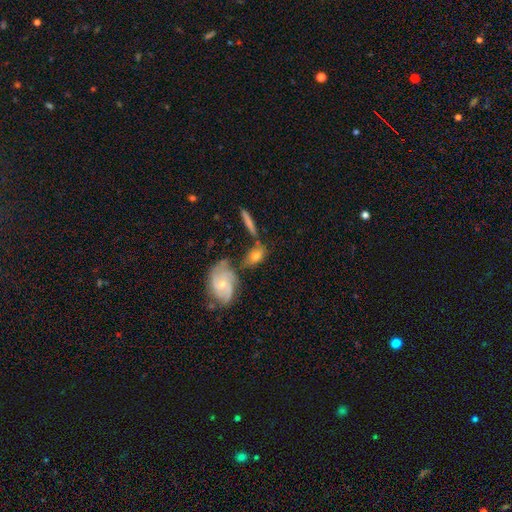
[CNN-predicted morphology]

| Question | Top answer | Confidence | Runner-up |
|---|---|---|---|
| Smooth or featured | smooth | 63% | featured or disk (29%) |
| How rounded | in between | 80% | round (10%) |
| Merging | none | 52% | merger (23%) |